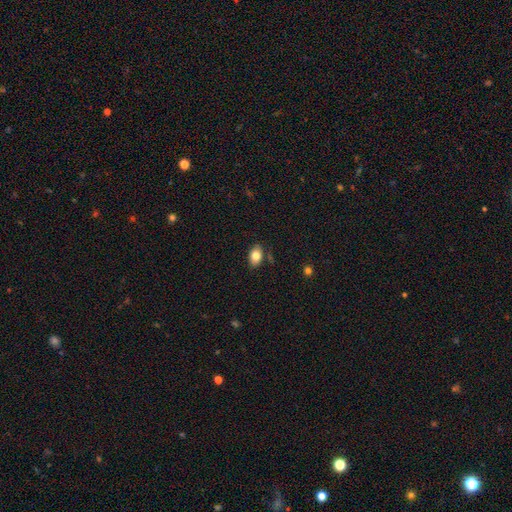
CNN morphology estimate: type=smooth (80%); roundness=in between (86%); merging=none (82%).